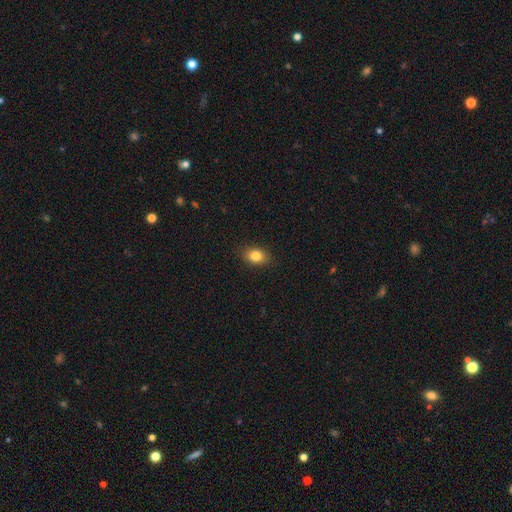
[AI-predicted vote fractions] Overall: smooth (83%). How rounded: in between (76%). Merging: none (88%).